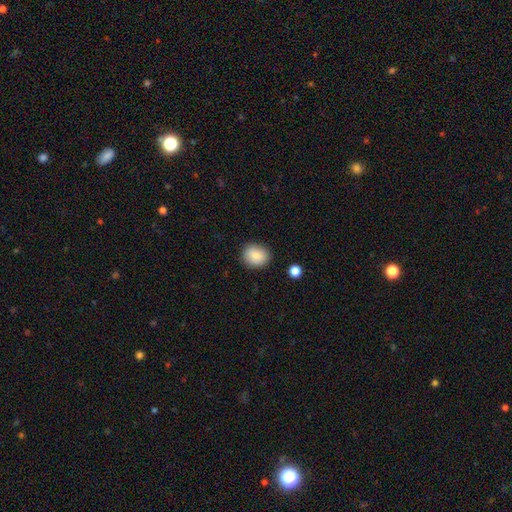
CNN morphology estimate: This appears to be a smooth galaxy with no disk features (85%) that is round (61%). Merging: none (85%).